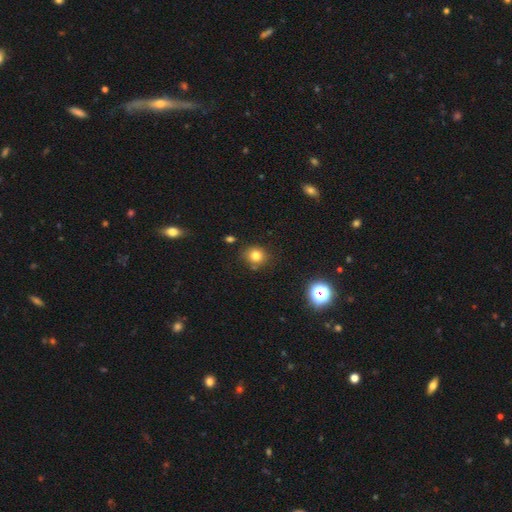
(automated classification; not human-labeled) This appears to be a smooth galaxy with no disk features (79%) that is round (82%). Merging: none (79%).